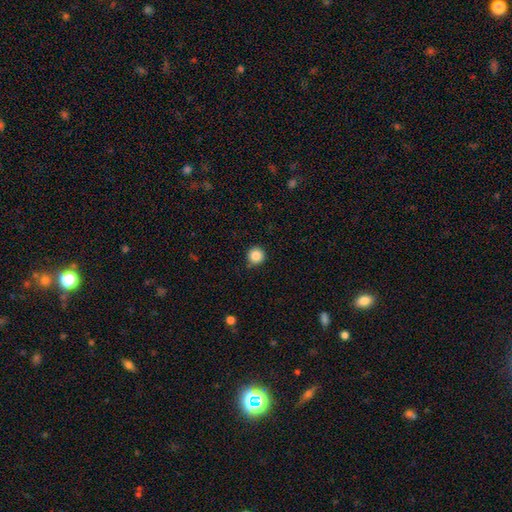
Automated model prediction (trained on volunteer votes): A smooth galaxy with no disk features (86%) that is round (95%).

Vote fractions:
- Smooth or featured? smooth: 86% / star or artifact: 10% / featured or disk: 4%
- How rounded? round: 95% / in between: 4% / cigar-shaped: 1%
- Merging? none: 87% / minor disturbance: 10% / major disturbance: 2% / merger: 1%